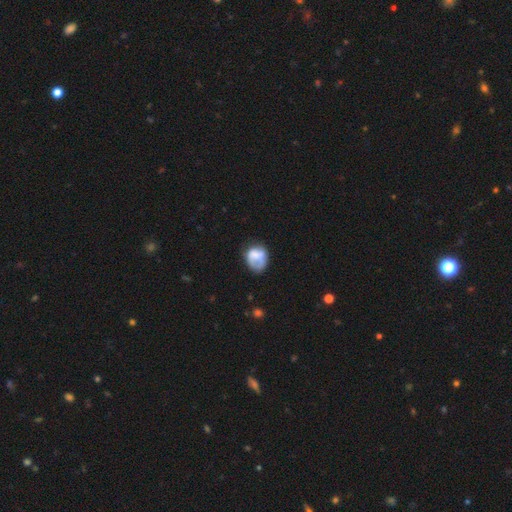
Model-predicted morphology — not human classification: A smooth galaxy with no disk features (67%) that is in between round and cigar-shaped (55%).

Vote fractions:
- Smooth or featured? smooth: 67% / featured or disk: 25% / star or artifact: 8%
- How rounded? in between: 55% / round: 44% / cigar-shaped: 1%
- Merging? none: 42% / minor disturbance: 33% / major disturbance: 21% / merger: 5%